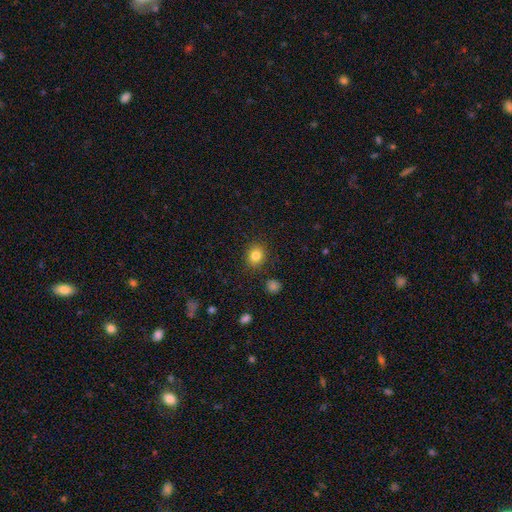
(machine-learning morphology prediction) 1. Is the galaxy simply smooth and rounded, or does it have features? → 82% smooth, 11% star or artifact, 6% featured or disk.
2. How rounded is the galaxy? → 72% round, 27% in between, 1% cigar-shaped.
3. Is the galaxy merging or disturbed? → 88% none, 8% minor disturbance, 2% major disturbance, 2% merger.